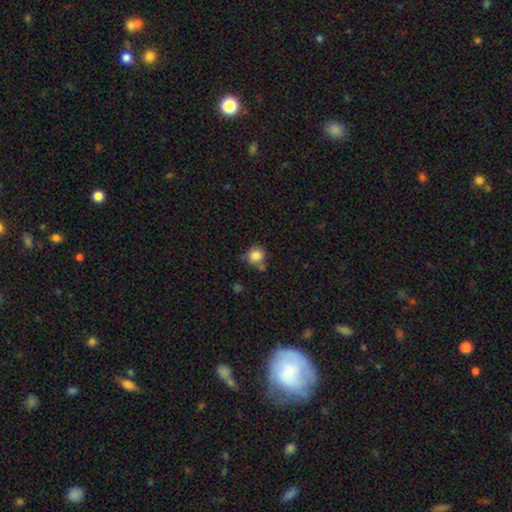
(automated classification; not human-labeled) smooth-or-featured: smooth: 83% | star or artifact: 10% | featured or disk: 8%
  how-rounded: round: 84% | in between: 15% | cigar-shaped: 1%
  merging: none: 59% | minor disturbance: 22% | merger: 13% | major disturbance: 6%